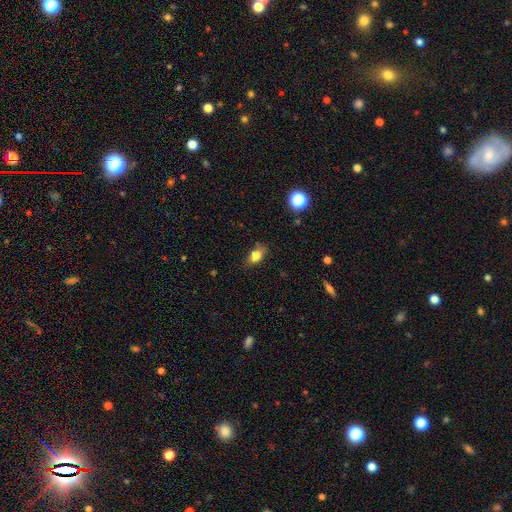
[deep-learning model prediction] Smooth or featured? Predicted: smooth (p=0.79). How rounded? Predicted: in between (p=0.79). Merging? Predicted: none (p=0.72).